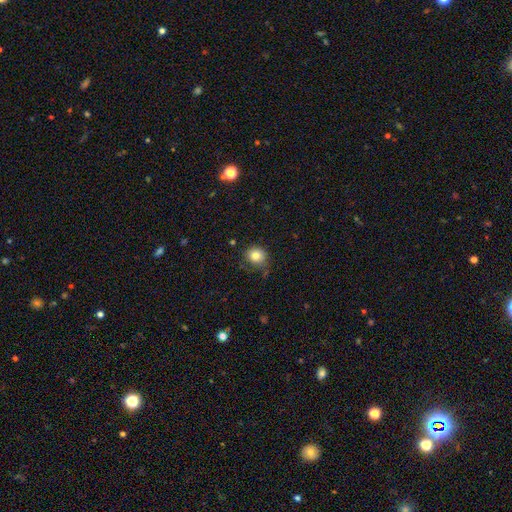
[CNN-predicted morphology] smooth_or_featured: smooth (p=0.81) [alt: star or artifact p=0.11]
how_rounded: round (p=0.84) [alt: in between p=0.15]
merging: none (p=0.72) [alt: minor disturbance p=0.20]